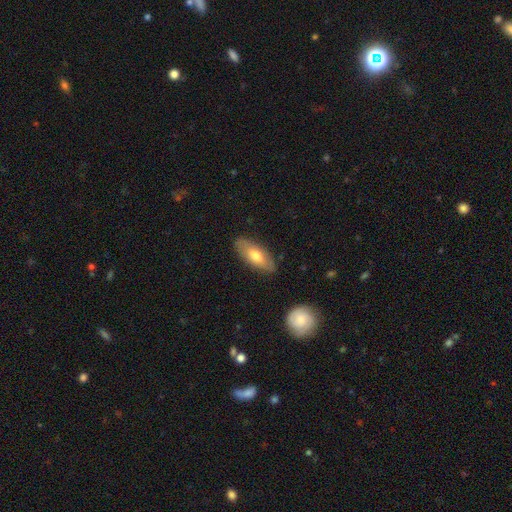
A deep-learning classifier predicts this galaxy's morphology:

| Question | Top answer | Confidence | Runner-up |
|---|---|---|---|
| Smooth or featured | smooth | 66% | featured or disk (28%) |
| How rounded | in between | 78% | cigar-shaped (20%) |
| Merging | none | 84% | minor disturbance (13%) |